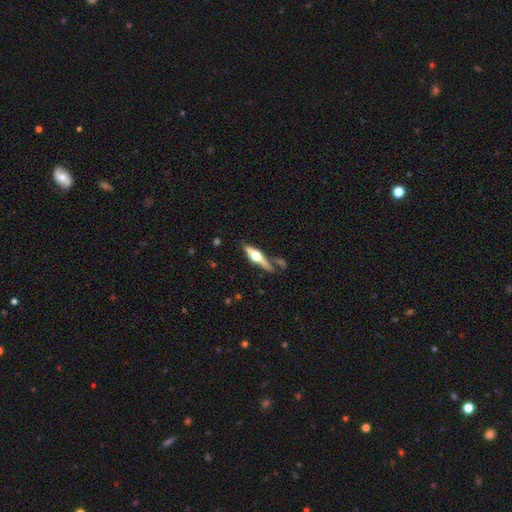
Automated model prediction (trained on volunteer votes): The model was most divided on "smooth or featured": featured or disk: 67%, smooth: 27%, star or artifact: 6%. More confident: edge-on bulge — rounded (95%); edge-on disk — yes (95%); merging — none (66%).